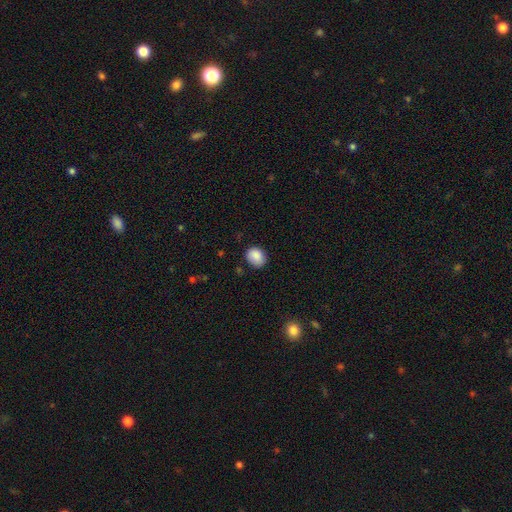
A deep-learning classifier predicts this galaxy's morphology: Smooth or featured?
  - smooth: 87% *
  - star or artifact: 8%
  - featured or disk: 4%
How rounded?
  - round: 53% *
  - in between: 46%
  - cigar-shaped: 1%
Merging?
  - none: 77% *
  - minor disturbance: 18%
  - major disturbance: 3%
  - merger: 2%